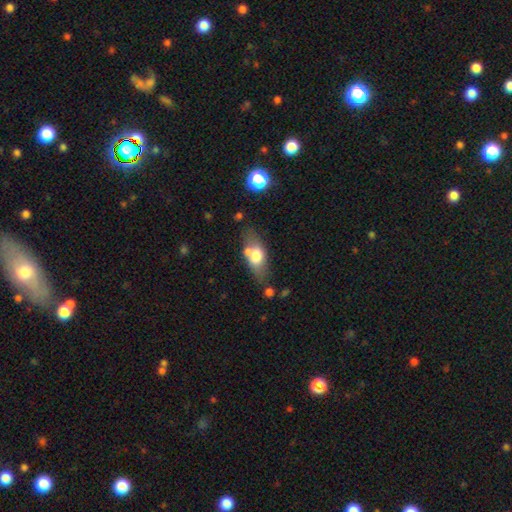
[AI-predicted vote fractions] Smooth or featured: smooth — 66% (featured or disk — 26%)
How rounded: in between — 82% (cigar-shaped — 12%)
Merging: none — 60% (minor disturbance — 18%)